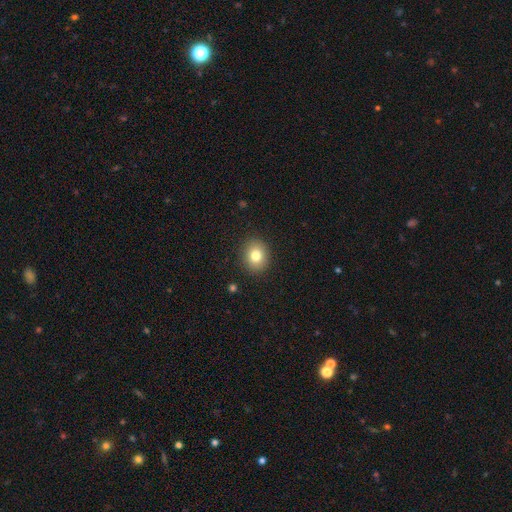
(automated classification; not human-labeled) Smooth or featured: smooth — 79% (star or artifact — 11%)
How rounded: round — 71% (in between — 28%)
Merging: none — 90% (minor disturbance — 7%)